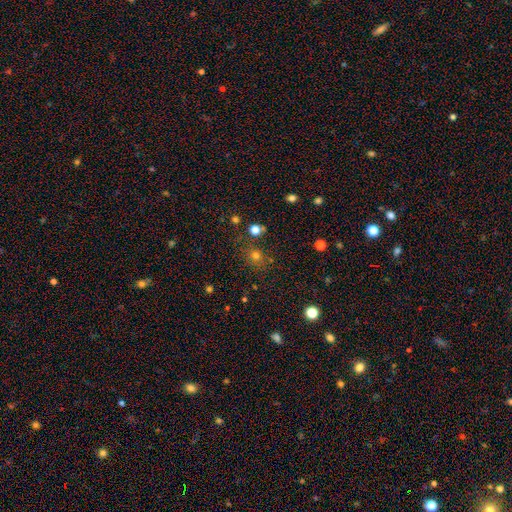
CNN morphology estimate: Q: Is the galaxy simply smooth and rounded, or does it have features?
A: smooth — 64%.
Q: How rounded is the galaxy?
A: round — 80%.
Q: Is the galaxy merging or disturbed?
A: none — 80%.